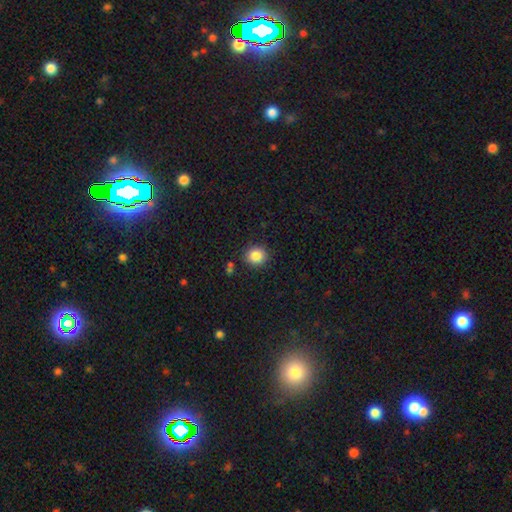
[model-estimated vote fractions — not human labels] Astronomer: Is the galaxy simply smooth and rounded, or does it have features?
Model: smooth — 86%.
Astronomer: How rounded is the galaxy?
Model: round — 81%.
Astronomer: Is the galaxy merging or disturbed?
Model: none — 86%.